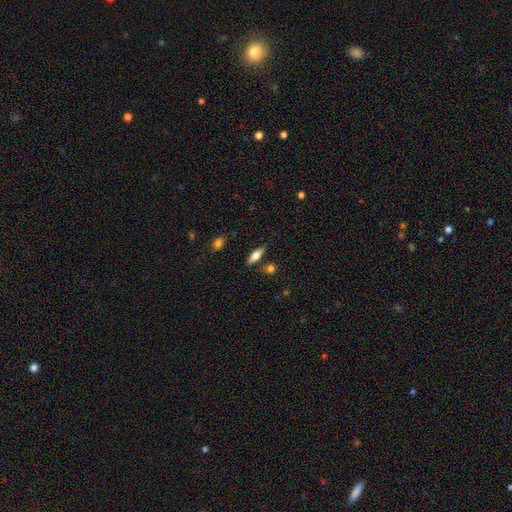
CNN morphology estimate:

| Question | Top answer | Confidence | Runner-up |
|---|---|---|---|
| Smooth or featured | smooth | 62% | featured or disk (31%) |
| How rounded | in between | 60% | cigar-shaped (37%) |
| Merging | none | 80% | minor disturbance (11%) |